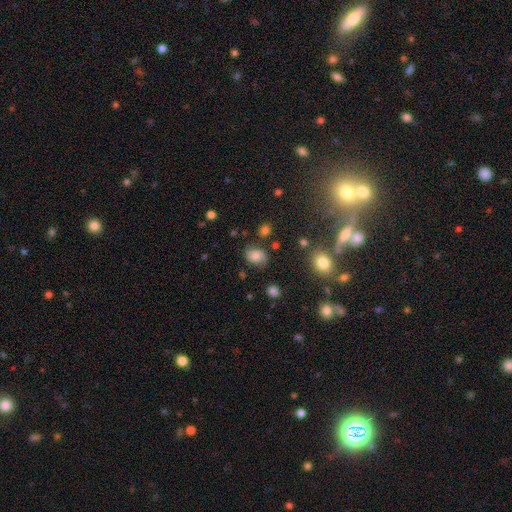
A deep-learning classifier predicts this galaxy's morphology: The model was most divided on "how rounded": in between: 66%, round: 33%, cigar-shaped: 1%. More confident: merging — none (69%); smooth or featured — smooth (62%).